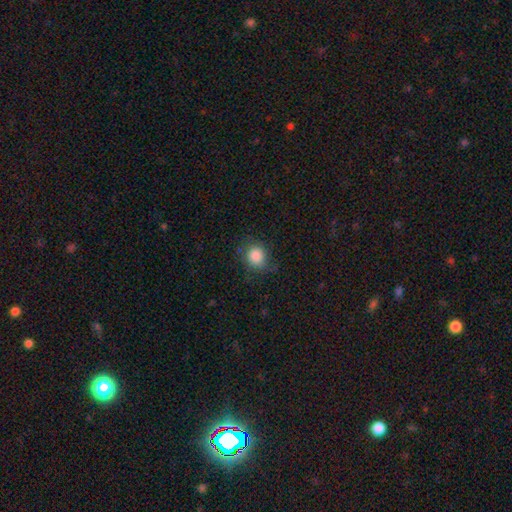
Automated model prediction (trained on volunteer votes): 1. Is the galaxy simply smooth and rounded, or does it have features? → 86% smooth, 9% star or artifact, 6% featured or disk.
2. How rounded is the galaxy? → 75% round, 25% in between, 1% cigar-shaped.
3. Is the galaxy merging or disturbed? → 74% none, 19% minor disturbance, 6% major disturbance, 1% merger.